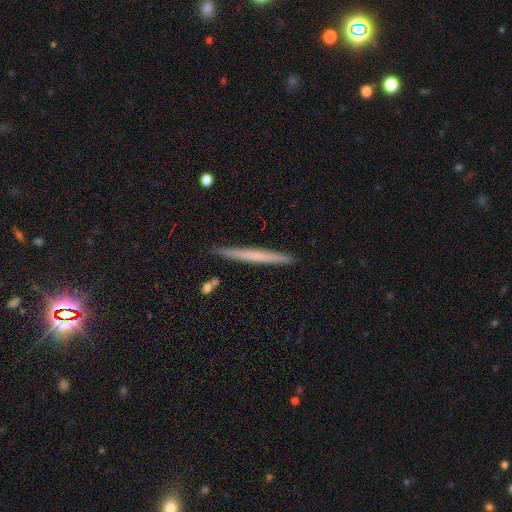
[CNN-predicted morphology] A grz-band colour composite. It shows a smooth galaxy with no disk features (55%) that is cigar-shaped (97%). Merging: none (91%).